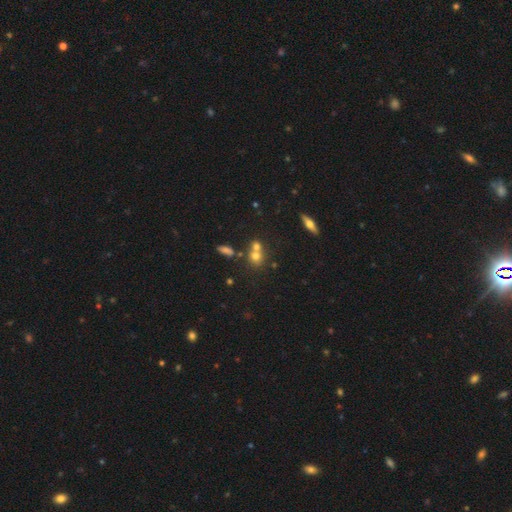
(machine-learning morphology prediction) smooth-or-featured: smooth: 64% | featured or disk: 18% | star or artifact: 17%
  how-rounded: round: 73% | in between: 25% | cigar-shaped: 2%
  merging: merger: 46% | none: 42% | minor disturbance: 8% | major disturbance: 3%